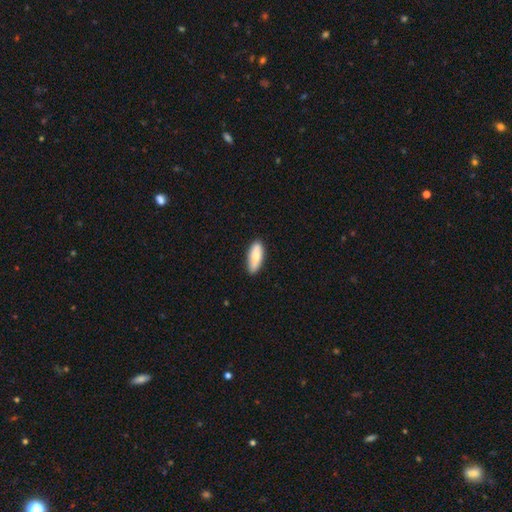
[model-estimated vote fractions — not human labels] Smooth or featured? Predicted: smooth (p=0.78). How rounded? Predicted: in between (p=0.68). Merging? Predicted: none (p=0.84).